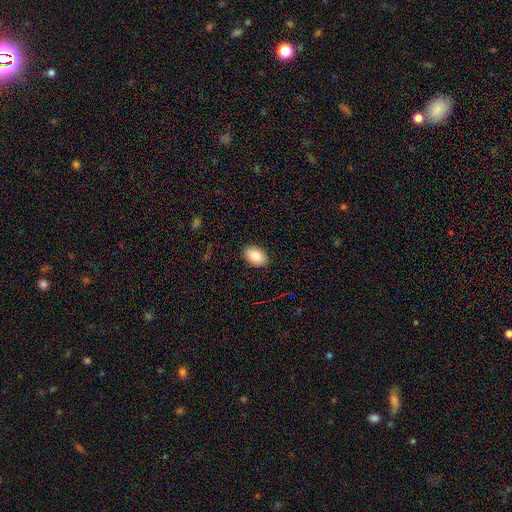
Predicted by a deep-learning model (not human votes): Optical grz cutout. It shows a smooth galaxy with no disk features (88%) that is in between round and cigar-shaped (91%). Merging: none (89%).